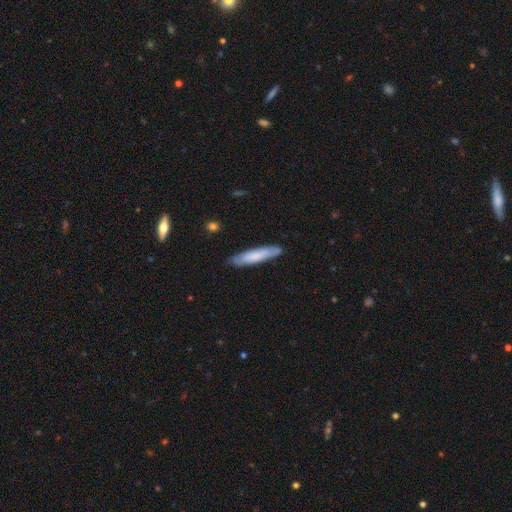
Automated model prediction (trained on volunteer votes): Smooth or featured: smooth — 65% (featured or disk — 29%)
How rounded: cigar-shaped — 86% (in between — 13%)
Merging: none — 82% (minor disturbance — 15%)